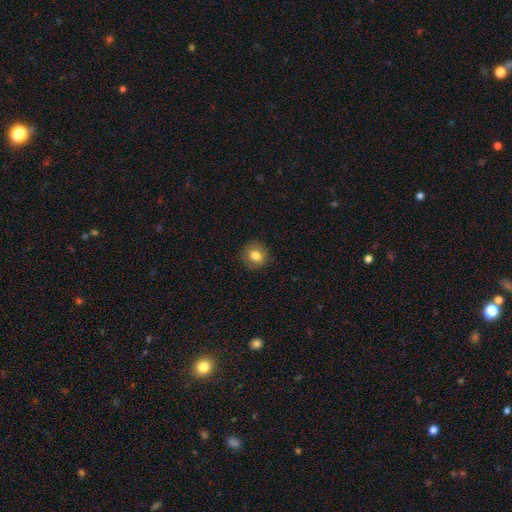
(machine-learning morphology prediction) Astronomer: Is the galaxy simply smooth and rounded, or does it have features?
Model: smooth — 80%.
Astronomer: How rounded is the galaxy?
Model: round — 86%.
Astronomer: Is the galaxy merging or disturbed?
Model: none — 89%.